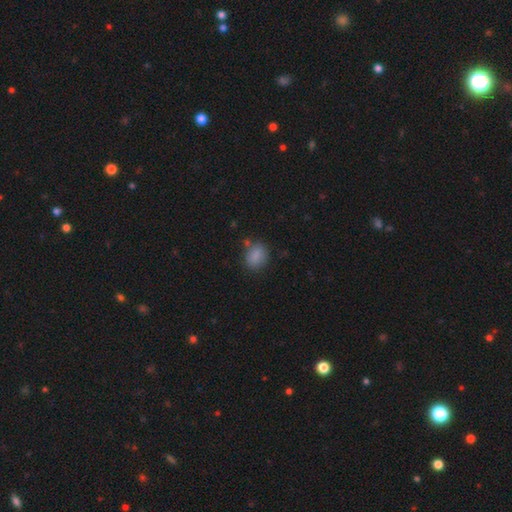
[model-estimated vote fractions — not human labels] This appears to be a smooth galaxy with no disk features (85%) that is in between round and cigar-shaped (56%). Merging: none (74%).